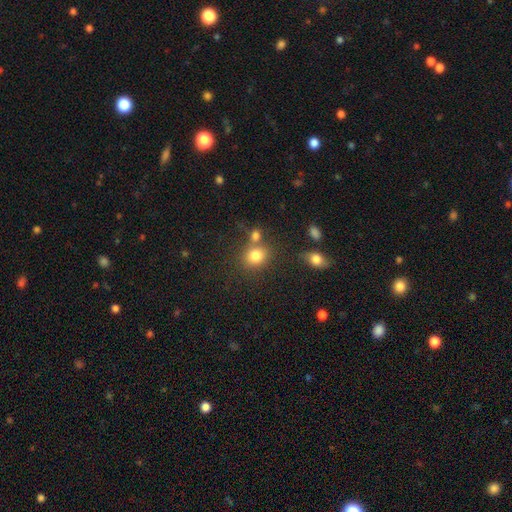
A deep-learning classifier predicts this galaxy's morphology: smooth_or_featured: smooth (p=0.81) [alt: star or artifact p=0.11]
how_rounded: round (p=0.68) [alt: in between p=0.31]
merging: none (p=0.60) [alt: merger p=0.24]